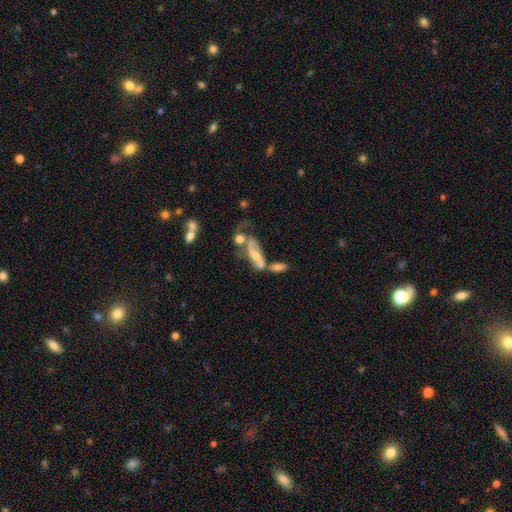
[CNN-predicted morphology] Smooth or featured? Predicted: featured or disk (p=0.62). Edge-on disk? Predicted: no (p=0.83). Bar? Predicted: no (p=0.48). Spiral arms? Predicted: yes (p=0.69). Bulge size? Predicted: moderate (p=0.47). Merging? Predicted: merger (p=0.49).